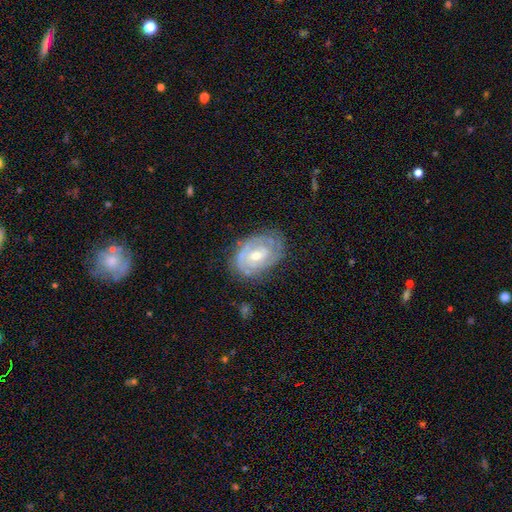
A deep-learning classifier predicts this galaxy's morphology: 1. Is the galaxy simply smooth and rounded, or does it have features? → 77% featured or disk, 16% smooth, 6% star or artifact.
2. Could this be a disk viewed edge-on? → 96% no, 4% yes.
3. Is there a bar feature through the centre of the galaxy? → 54% no, 37% weak, 8% strong.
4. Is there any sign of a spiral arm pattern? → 83% yes, 17% no.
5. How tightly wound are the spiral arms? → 67% tight, 26% medium, 8% loose.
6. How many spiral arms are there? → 40% can't tell, 37% 2, 11% 3, 7% 1, 3% 4, 3% more than 4.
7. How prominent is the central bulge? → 58% moderate, 38% small, 3% large, 1% none, 1% dominant.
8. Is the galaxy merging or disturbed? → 70% none, 21% minor disturbance, 7% major disturbance, 1% merger.